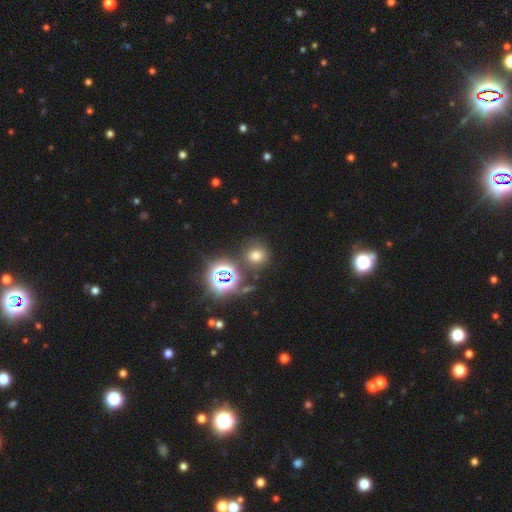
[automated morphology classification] Smooth or featured? smooth (61%)
How rounded? round (81%)
Merging? none (79%)